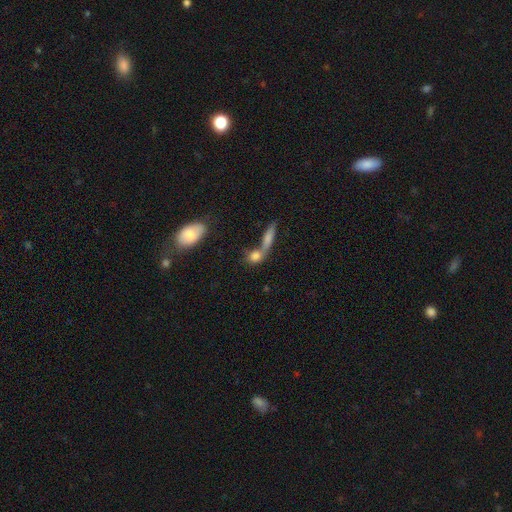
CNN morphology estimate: Q: Smooth or featured?
A: smooth (75%); runner-up: featured or disk (15%)
Q: How rounded?
A: round (46%); runner-up: in between (41%)
Q: Merging?
A: merger (49%); runner-up: none (37%)